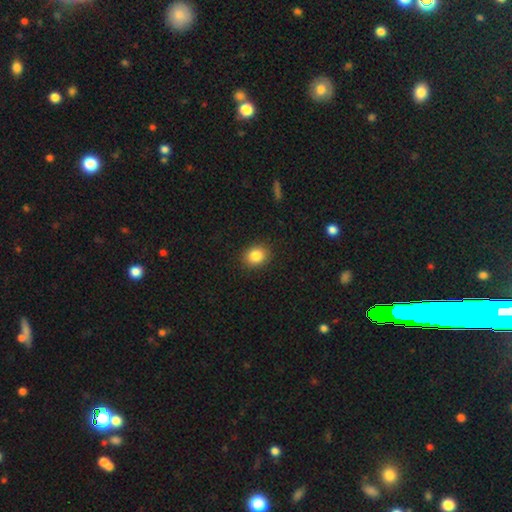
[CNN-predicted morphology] Smooth or featured?
  - smooth: 85% *
  - star or artifact: 10%
  - featured or disk: 5%
How rounded?
  - round: 63% *
  - in between: 36%
  - cigar-shaped: 1%
Merging?
  - none: 89% *
  - minor disturbance: 8%
  - major disturbance: 2%
  - merger: 1%